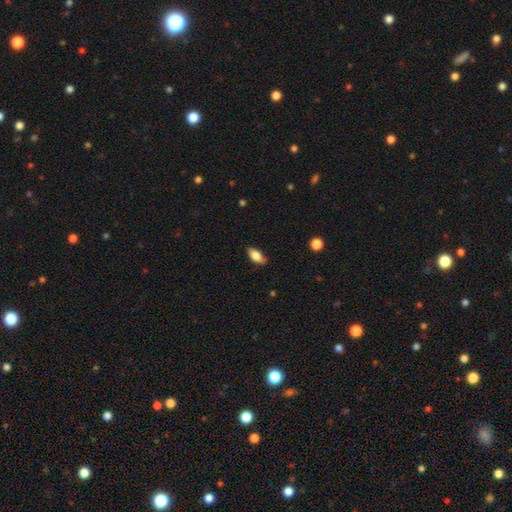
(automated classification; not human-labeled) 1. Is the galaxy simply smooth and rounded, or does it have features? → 77% smooth, 16% featured or disk, 7% star or artifact.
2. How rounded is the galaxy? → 85% in between, 11% cigar-shaped, 3% round.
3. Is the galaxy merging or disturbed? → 81% none, 16% minor disturbance, 3% major disturbance, 1% merger.